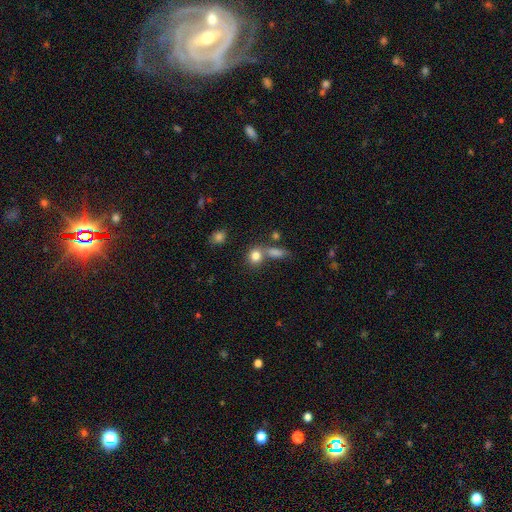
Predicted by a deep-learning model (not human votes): This is clearly a smooth galaxy (81%). How rounded: likely round (70%). Merging: possibly none (54%).